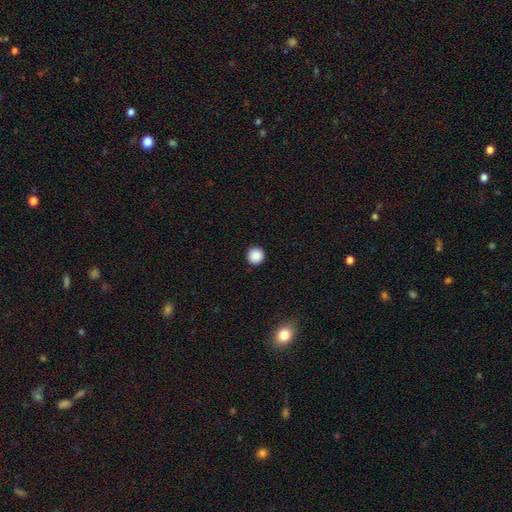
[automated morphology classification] Smooth or featured?
  - smooth: 89% *
  - star or artifact: 9%
  - featured or disk: 2%
How rounded?
  - round: 96% *
  - in between: 3%
  - cigar-shaped: 1%
Merging?
  - none: 93% *
  - minor disturbance: 4%
  - major disturbance: 1%
  - merger: 1%